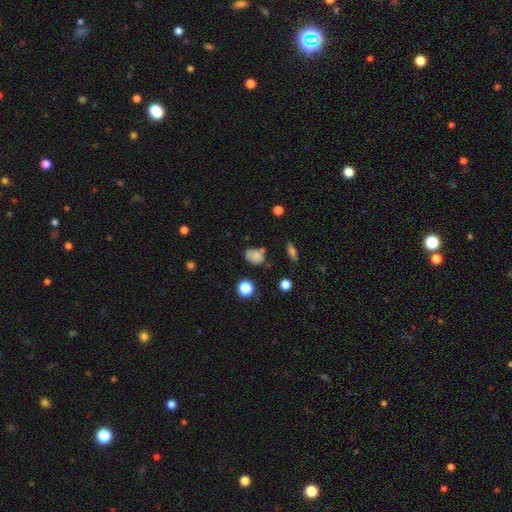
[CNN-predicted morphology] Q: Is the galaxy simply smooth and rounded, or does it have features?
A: smooth — 75%.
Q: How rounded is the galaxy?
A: in between — 64%.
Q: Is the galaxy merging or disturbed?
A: none — 57%.